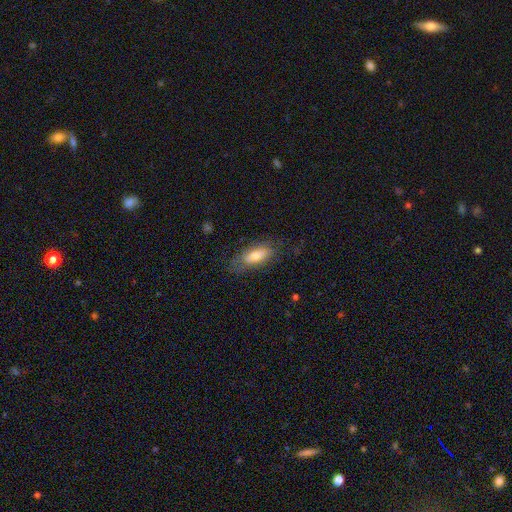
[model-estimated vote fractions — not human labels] A smooth galaxy with no disk features (68%) that is in between round and cigar-shaped (75%). Merging: none (70%).